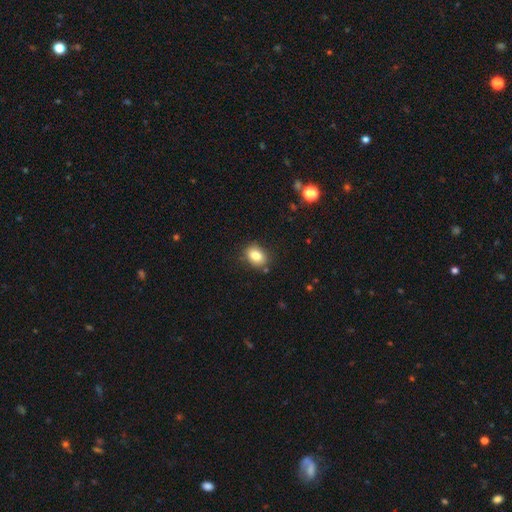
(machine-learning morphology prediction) A smooth galaxy with no disk features (83%) that is in between round and cigar-shaped (71%). Merging: none (81%).